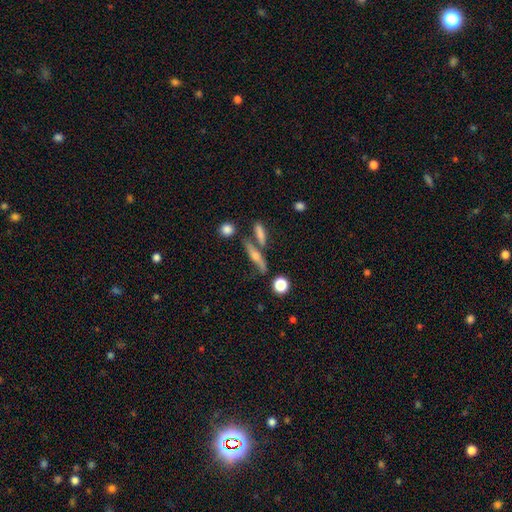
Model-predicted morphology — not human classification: smooth-or-featured: featured or disk: 60% | smooth: 27% | star or artifact: 13%
  disk-edge-on: yes: 81% | no: 19%
  merging: none: 63% | merger: 16% | minor disturbance: 14% | major disturbance: 7%